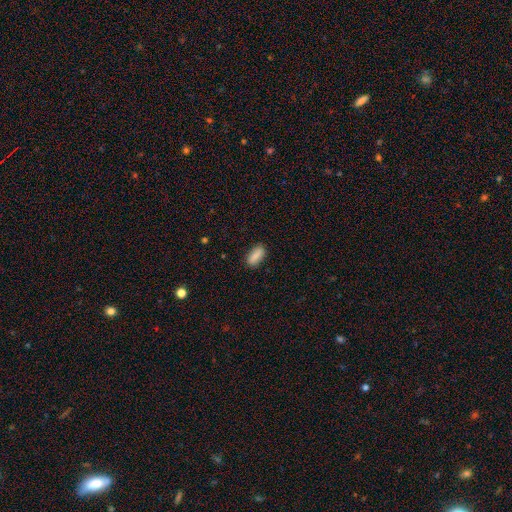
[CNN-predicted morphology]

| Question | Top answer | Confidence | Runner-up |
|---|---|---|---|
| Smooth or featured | smooth | 86% | star or artifact (7%) |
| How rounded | in between | 80% | cigar-shaped (18%) |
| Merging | none | 86% | minor disturbance (10%) |